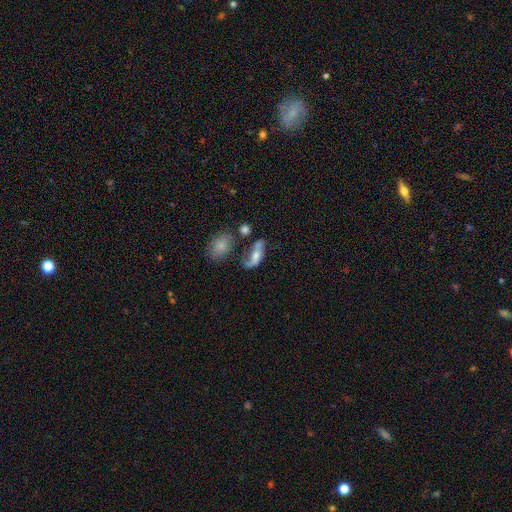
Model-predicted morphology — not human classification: Smooth or featured? Predicted: featured or disk (p=0.47). Merging? Predicted: none (p=0.42).